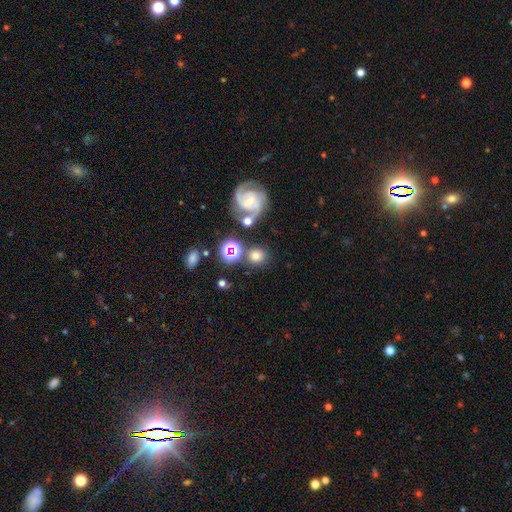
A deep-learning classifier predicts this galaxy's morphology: smooth 63%, featured or disk 23%, star or artifact 15%. Down the decision tree: how rounded — round (87%); merging — none (72%).